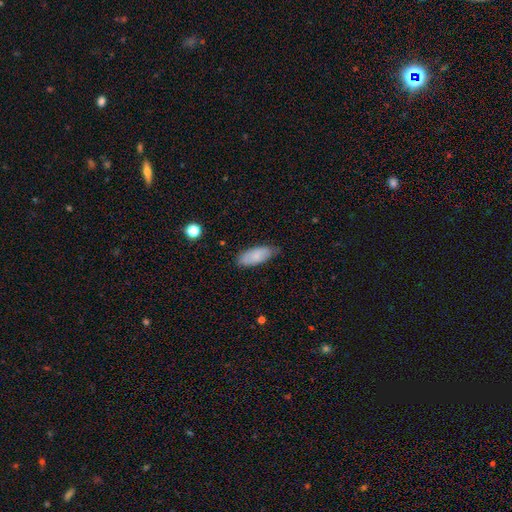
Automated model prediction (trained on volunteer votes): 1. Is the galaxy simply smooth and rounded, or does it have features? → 80% smooth, 14% featured or disk, 6% star or artifact.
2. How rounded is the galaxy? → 82% in between, 16% cigar-shaped, 2% round.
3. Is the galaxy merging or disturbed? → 75% none, 21% minor disturbance, 3% major disturbance, 1% merger.